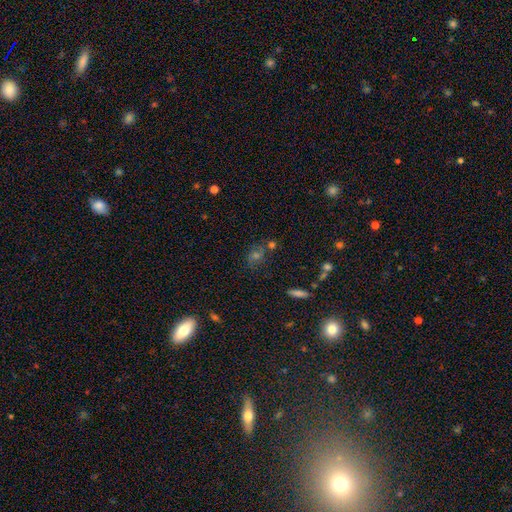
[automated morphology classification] Overall: smooth (37%; star or artifact 36%). Merging: none (66%).